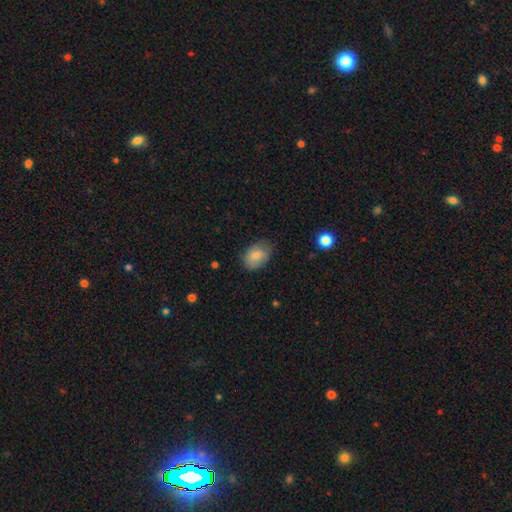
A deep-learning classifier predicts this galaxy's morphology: This appears to be a smooth galaxy with no disk features (82%) that is in between round and cigar-shaped (86%). Merging: none (72%).